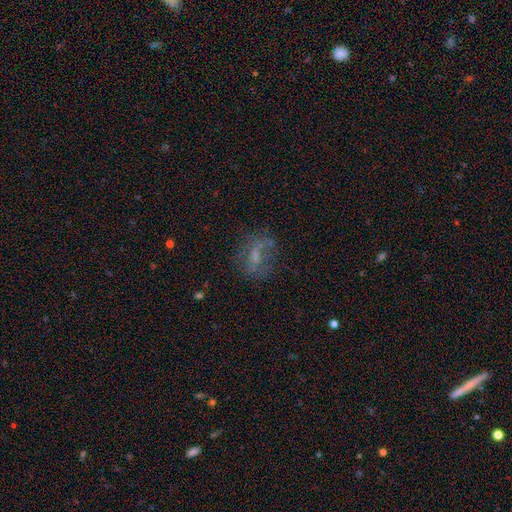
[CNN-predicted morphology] The model was most divided on "smooth or featured": featured or disk: 45%, smooth: 37%, star or artifact: 18%. More confident: merging — none (53%).